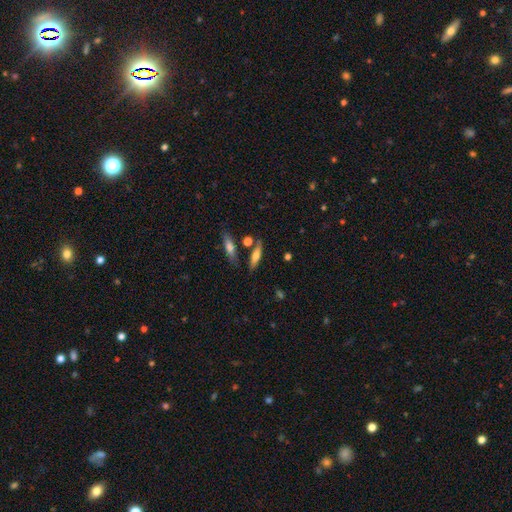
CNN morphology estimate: Smooth or featured? Predicted: smooth (p=0.54). How rounded? Predicted: cigar-shaped (p=0.65). Merging? Predicted: none (p=0.71).